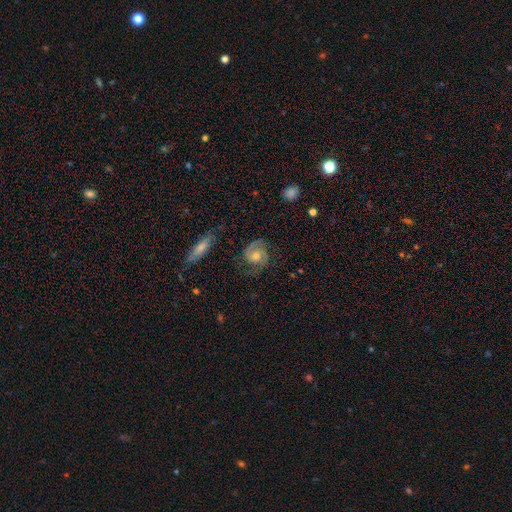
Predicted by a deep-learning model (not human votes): A featured or disk galaxy (83%) with no bar (68%), 2 (87%) medium (46%) spiral arms (96%) and a moderate central bulge (68%). Merging: none (76%).